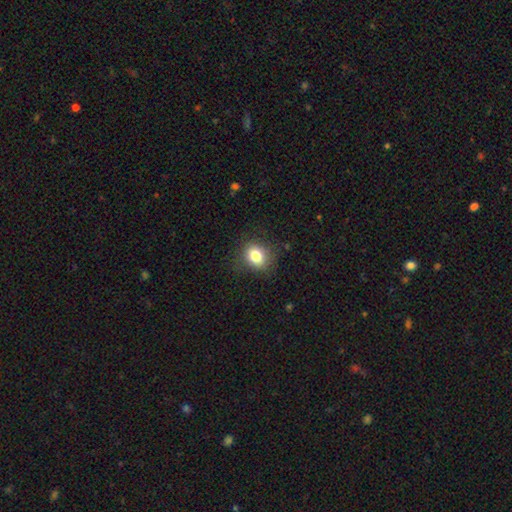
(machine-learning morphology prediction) Smooth or featured?
  - smooth: 82% *
  - star or artifact: 10%
  - featured or disk: 8%
How rounded?
  - round: 61% *
  - in between: 38%
  - cigar-shaped: 1%
Merging?
  - none: 81% *
  - minor disturbance: 13%
  - major disturbance: 4%
  - merger: 1%